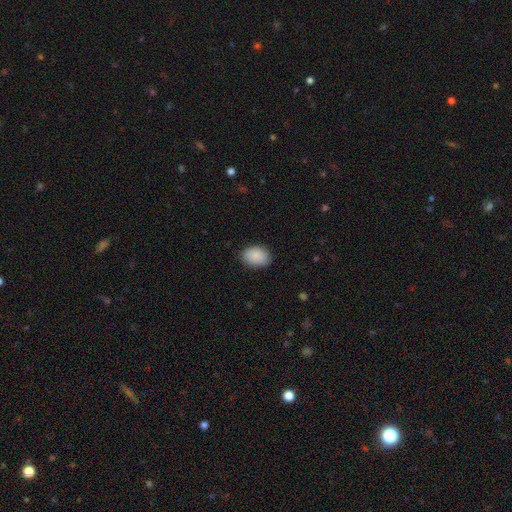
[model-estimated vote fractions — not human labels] smooth-or-featured: smooth: 90% | star or artifact: 7% | featured or disk: 3%
  how-rounded: in between: 81% | round: 18% | cigar-shaped: 1%
  merging: none: 85% | minor disturbance: 12% | major disturbance: 2% | merger: 1%